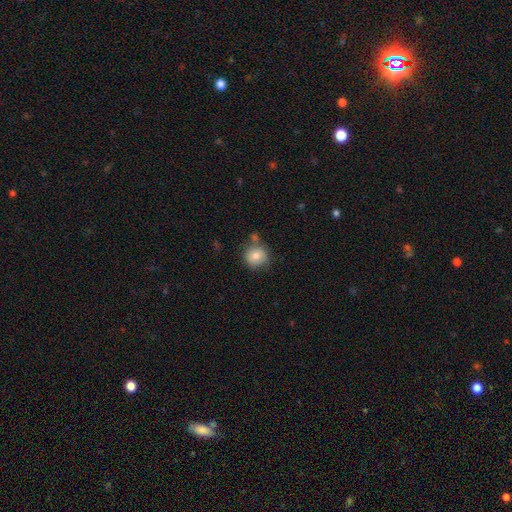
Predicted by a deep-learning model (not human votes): This is likely a smooth galaxy (79%). How rounded: clearly round (90%). Merging: likely none (68%).